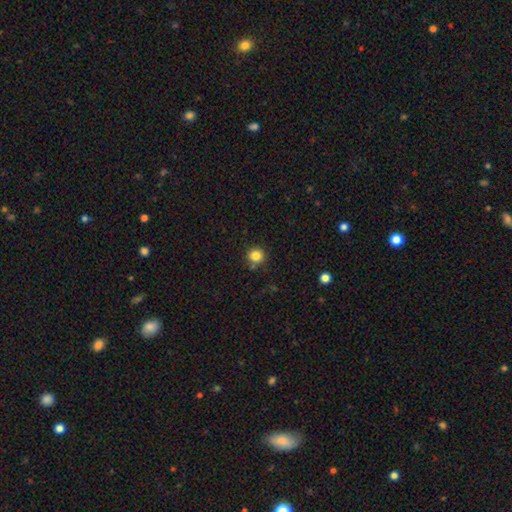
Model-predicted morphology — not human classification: A smooth galaxy with no disk features (83%) that is round (93%). Merging: none (86%).